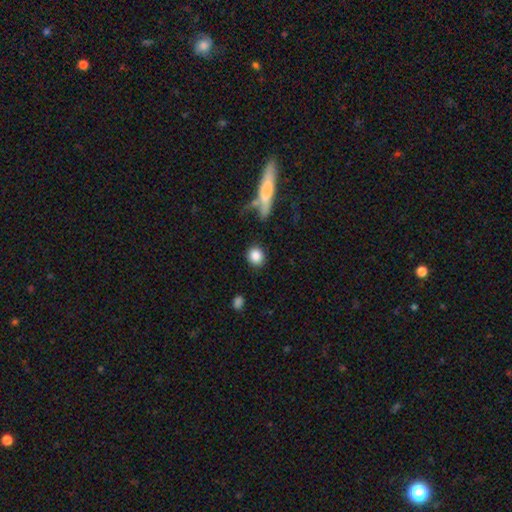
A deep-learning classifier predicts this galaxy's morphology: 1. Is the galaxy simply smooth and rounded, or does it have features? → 87% smooth, 8% star or artifact, 5% featured or disk.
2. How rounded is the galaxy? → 77% round, 21% in between, 2% cigar-shaped.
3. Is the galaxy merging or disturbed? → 83% none, 9% minor disturbance, 4% major disturbance, 4% merger.